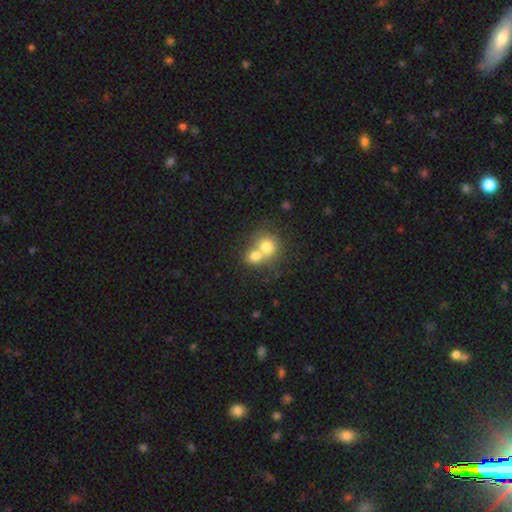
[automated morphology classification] This is likely a smooth galaxy (73%). How rounded: likely round (71%). Merging: likely merger (67%).